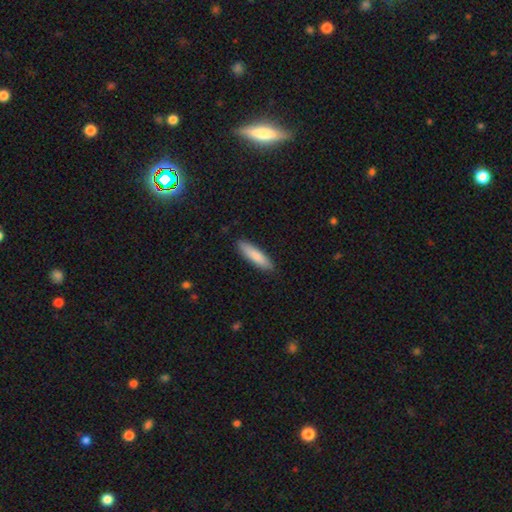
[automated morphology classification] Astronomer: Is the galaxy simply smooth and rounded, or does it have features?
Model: smooth — 83%.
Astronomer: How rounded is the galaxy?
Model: cigar-shaped — 72%.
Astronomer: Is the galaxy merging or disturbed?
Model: none — 88%.